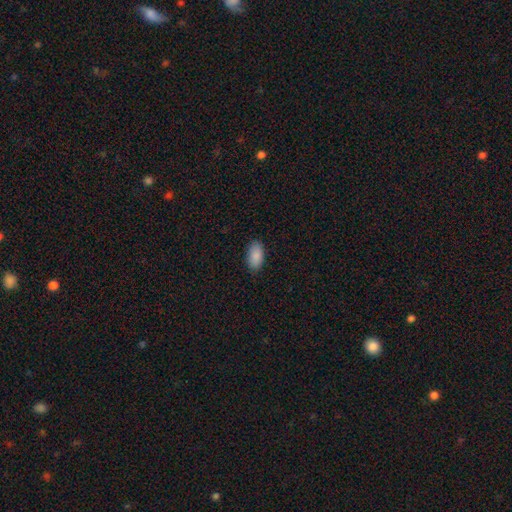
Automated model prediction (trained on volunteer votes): Morphology: type=smooth (90%); roundness=in between (94%); merging=none (89%).